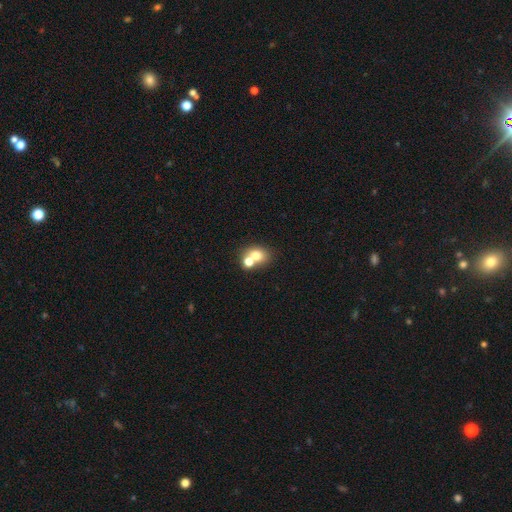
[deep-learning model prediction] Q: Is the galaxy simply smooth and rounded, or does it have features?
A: smooth — 71%.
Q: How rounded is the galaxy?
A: round — 59%.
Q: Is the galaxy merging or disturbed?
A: merger — 50%.